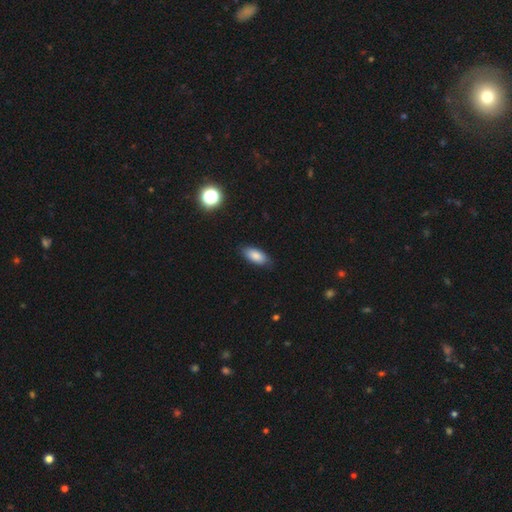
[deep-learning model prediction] smooth 83%, featured or disk 9%, star or artifact 8%. Down the decision tree: how rounded — in between (88%); merging — none (82%).